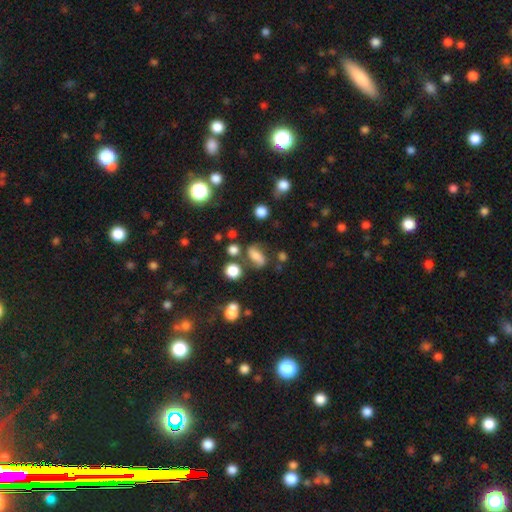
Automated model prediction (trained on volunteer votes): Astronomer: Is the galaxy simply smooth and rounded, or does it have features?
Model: smooth — 57%.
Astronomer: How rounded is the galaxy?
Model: in between — 72%.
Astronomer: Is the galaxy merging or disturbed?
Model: none — 58%.